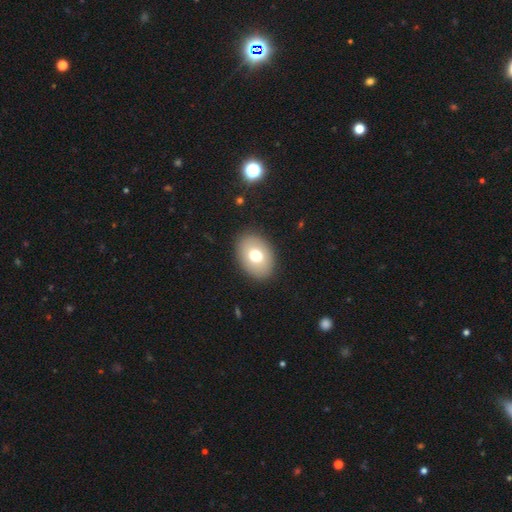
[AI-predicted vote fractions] Smooth or featured: smooth — 72% (featured or disk — 19%)
How rounded: in between — 75% (round — 24%)
Merging: none — 89% (minor disturbance — 7%)